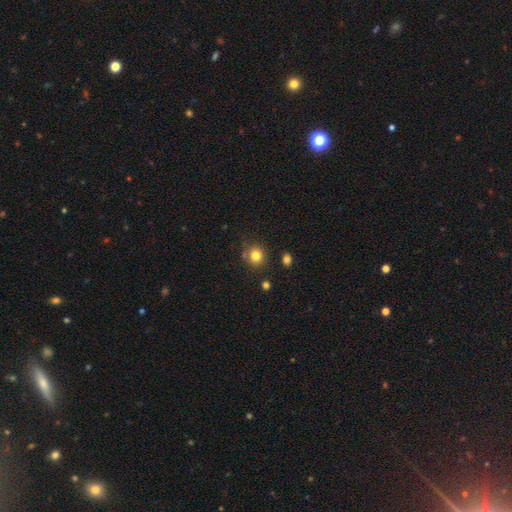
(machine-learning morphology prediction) This appears to be a smooth galaxy with no disk features (81%) that is round (79%). Merging: none (74%).